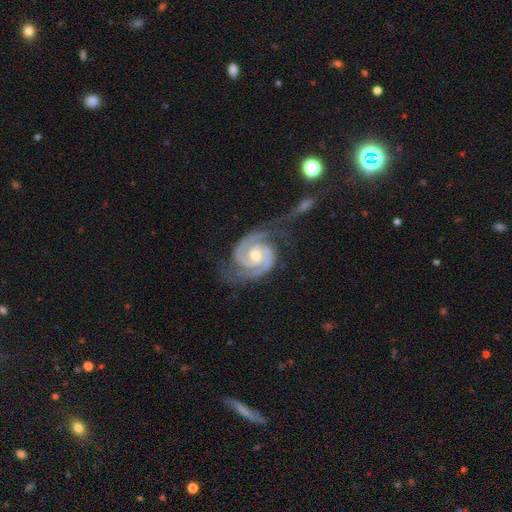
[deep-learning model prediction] A featured or disk galaxy (94%) with no bar (62%), 2 (92%) tight (66%) spiral arms (99%) and a moderate central bulge (61%).

Vote fractions:
- Smooth or featured? featured or disk: 94% / star or artifact: 3% / smooth: 2%
- Edge-on disk? no: 98% / yes: 2%
- Bar? no: 62% / weak: 28% / strong: 11%
- Spiral arms? yes: 99% / no: 1%
- Spiral winding? tight: 66% / medium: 30% / loose: 4%
- Spiral arm count? 2: 92% / 3: 3% / can't tell: 2% / 1: 1% / 4: 1% / more than 4: 1%
- Bulge size? moderate: 61% / small: 36% / large: 2% / none: 1% / dominant: 1%
- Merging? none: 59% / minor disturbance: 21% / major disturbance: 13% / merger: 7%